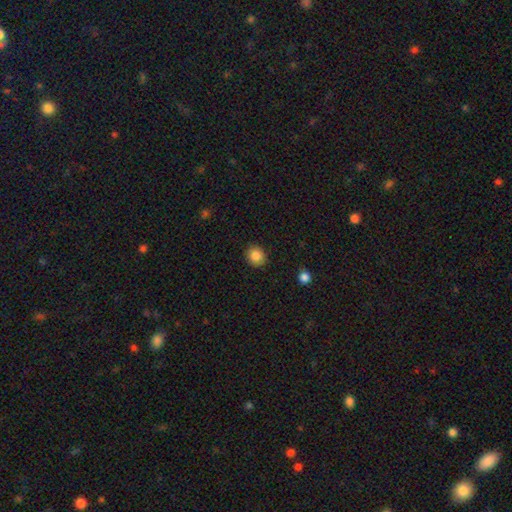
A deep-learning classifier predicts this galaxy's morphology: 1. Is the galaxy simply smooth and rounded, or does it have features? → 86% smooth, 10% star or artifact, 4% featured or disk.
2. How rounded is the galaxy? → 82% round, 17% in between, 1% cigar-shaped.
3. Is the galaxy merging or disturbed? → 90% none, 7% minor disturbance, 2% major disturbance, 1% merger.